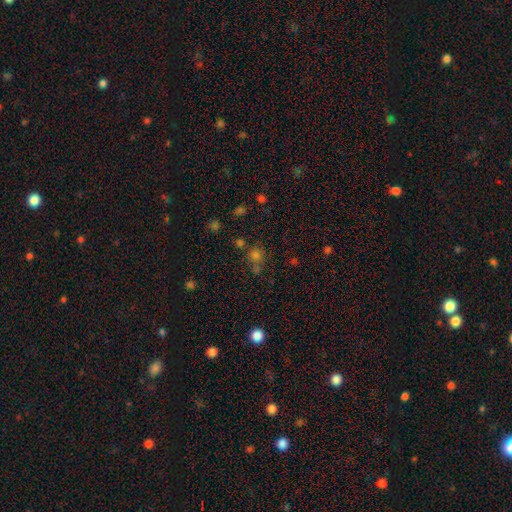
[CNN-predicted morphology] Smooth or featured? Predicted: smooth (p=0.60). How rounded? Predicted: round (p=0.86). Merging? Predicted: none (p=0.65).